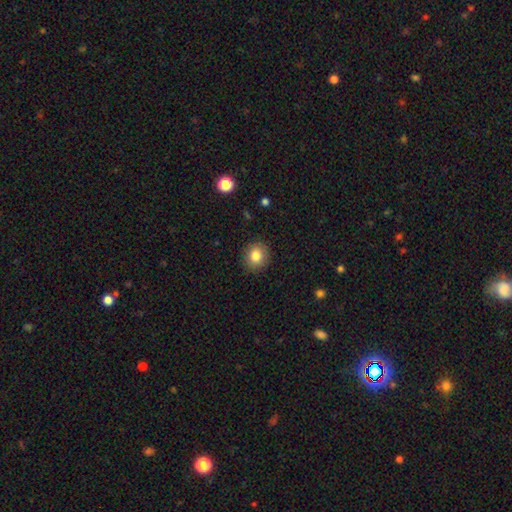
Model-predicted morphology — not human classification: A smooth galaxy with no disk features (83%) that is round (82%). Merging: none (89%).